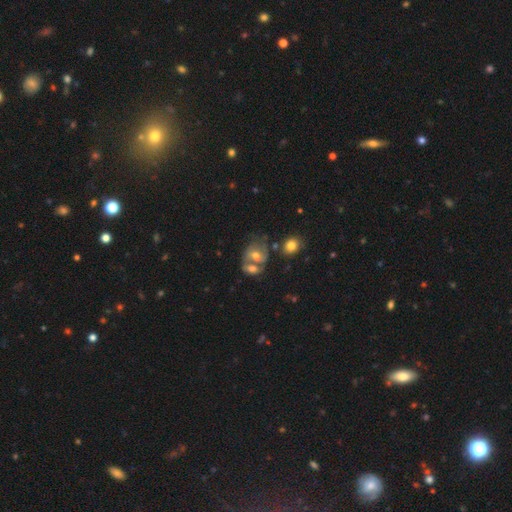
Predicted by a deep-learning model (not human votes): featured or disk 48%, smooth 40%, star or artifact 11%. Down the decision tree: merging — merger (49%).